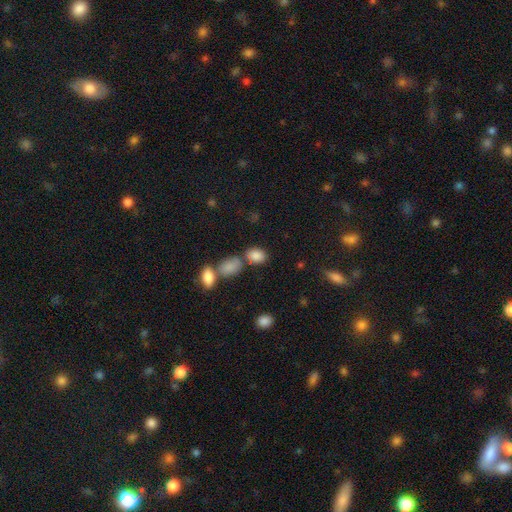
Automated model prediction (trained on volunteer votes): smooth-or-featured: smooth: 84% | star or artifact: 10% | featured or disk: 6%
  how-rounded: in between: 80% | round: 18% | cigar-shaped: 2%
  merging: none: 59% | merger: 21% | minor disturbance: 15% | major disturbance: 5%